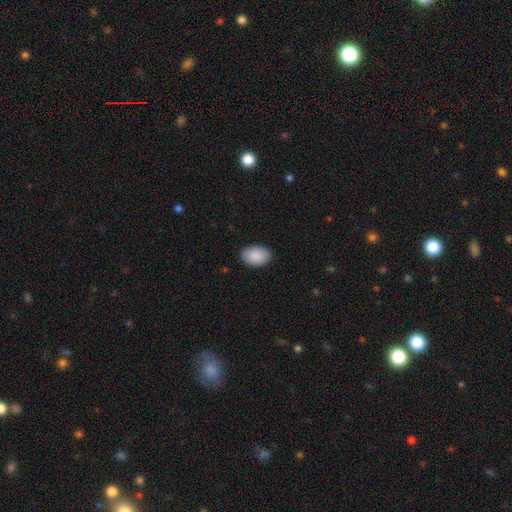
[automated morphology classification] Smooth or featured? Predicted: smooth (p=0.90). How rounded? Predicted: in between (p=0.87). Merging? Predicted: none (p=0.86).